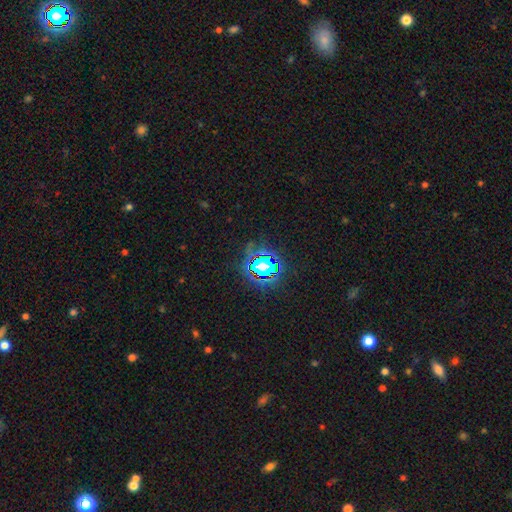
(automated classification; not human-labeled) smooth_or_featured: star or artifact (p=0.81) [alt: smooth p=0.11]